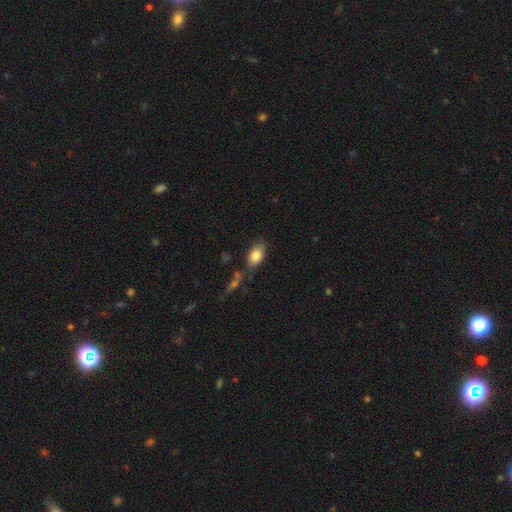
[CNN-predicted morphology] Overall: smooth (83%). How rounded: in between (90%). Merging: none (72%).